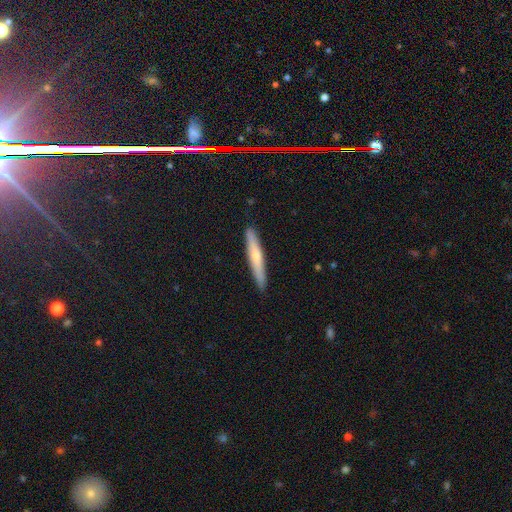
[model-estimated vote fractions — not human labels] A smooth galaxy with no disk features (56%) that is cigar-shaped (94%). Merging: none (90%).